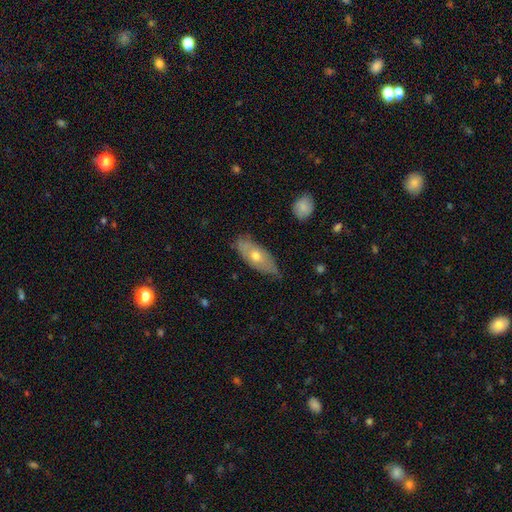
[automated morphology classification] The model was most divided on "smooth or featured": smooth: 54%, featured or disk: 39%, star or artifact: 6%. More confident: how rounded — in between (77%); merging — none (65%).